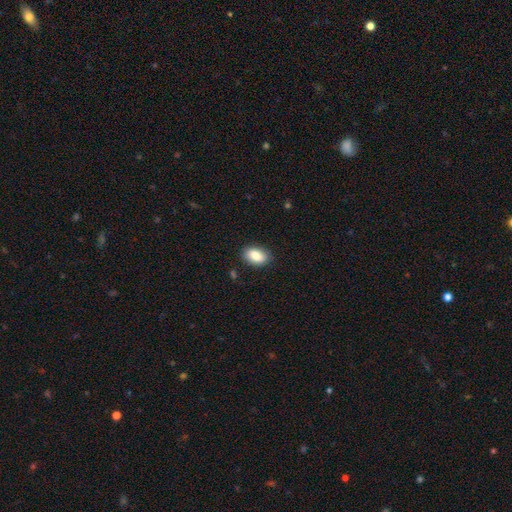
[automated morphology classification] This is clearly a smooth galaxy (85%). How rounded: clearly in between (90%). Merging: clearly none (87%).